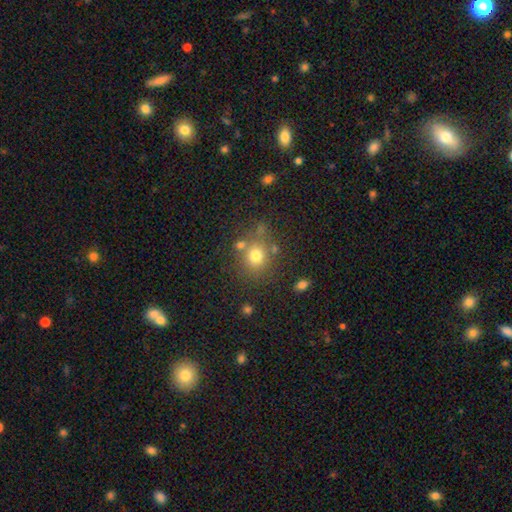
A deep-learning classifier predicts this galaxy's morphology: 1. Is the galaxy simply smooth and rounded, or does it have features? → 73% smooth, 15% star or artifact, 11% featured or disk.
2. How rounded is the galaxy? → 79% round, 21% in between, 1% cigar-shaped.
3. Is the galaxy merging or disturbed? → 69% none, 13% minor disturbance, 13% merger, 5% major disturbance.